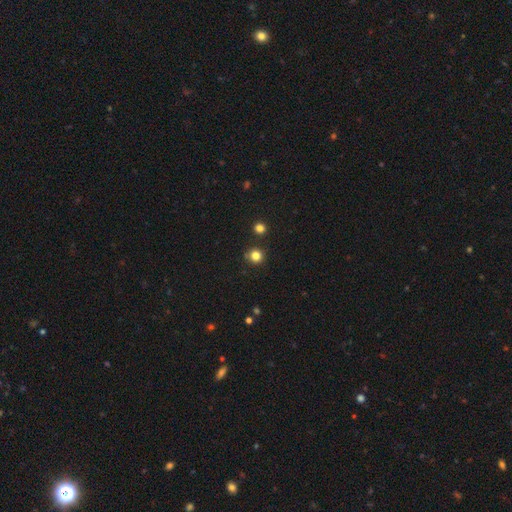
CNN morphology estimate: This is clearly a smooth galaxy (81%). How rounded: clearly round (93%). Merging: clearly none (87%).